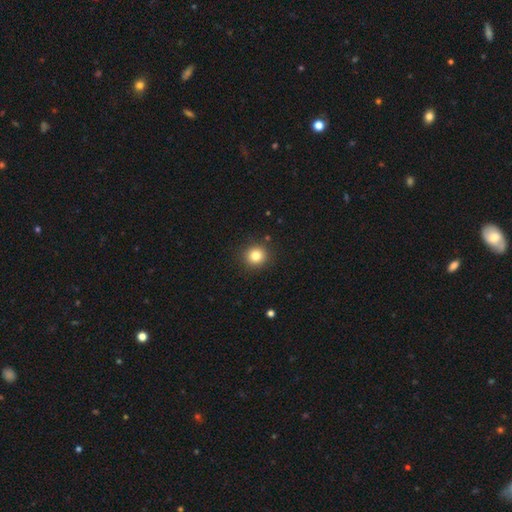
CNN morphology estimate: A smooth galaxy with no disk features (81%) that is round (93%).

Vote fractions:
- Smooth or featured? smooth: 81% / star or artifact: 12% / featured or disk: 7%
- How rounded? round: 93% / in between: 6% / cigar-shaped: 1%
- Merging? none: 91% / minor disturbance: 6% / major disturbance: 2% / merger: 1%